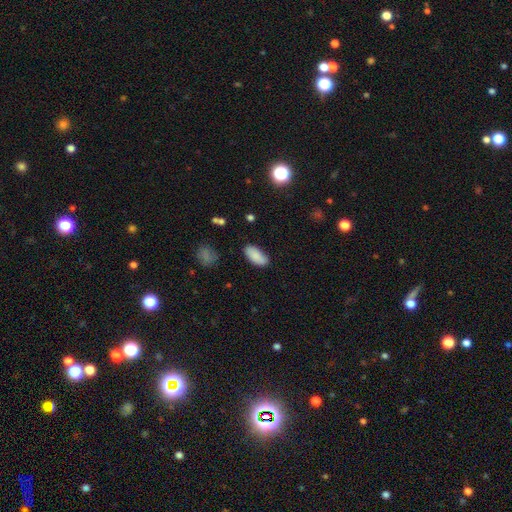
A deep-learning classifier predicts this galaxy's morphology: Smooth or featured?
  - smooth: 87% *
  - star or artifact: 7%
  - featured or disk: 5%
How rounded?
  - in between: 91% *
  - cigar-shaped: 7%
  - round: 2%
Merging?
  - none: 83% *
  - minor disturbance: 13%
  - major disturbance: 3%
  - merger: 2%